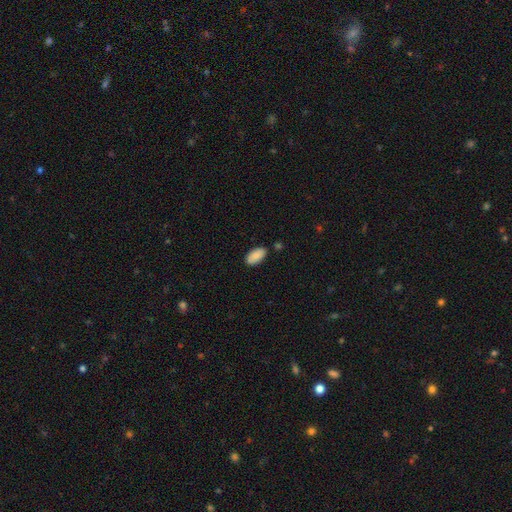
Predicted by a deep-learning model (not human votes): Smooth or featured: smooth — 87% (star or artifact — 7%)
How rounded: in between — 95% (cigar-shaped — 3%)
Merging: none — 83% (minor disturbance — 12%)